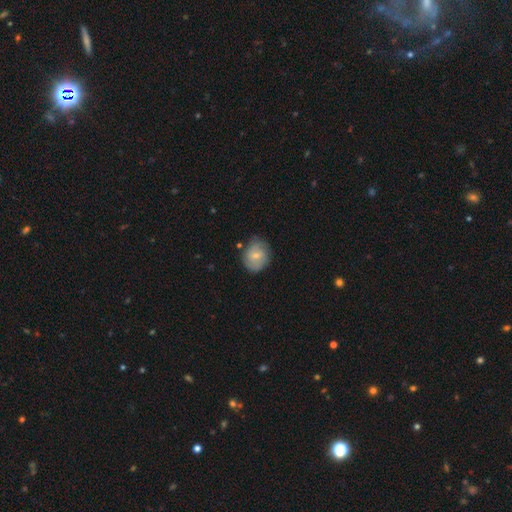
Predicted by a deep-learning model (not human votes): This appears to be a featured or disk galaxy (47%). Merging: none (69%).